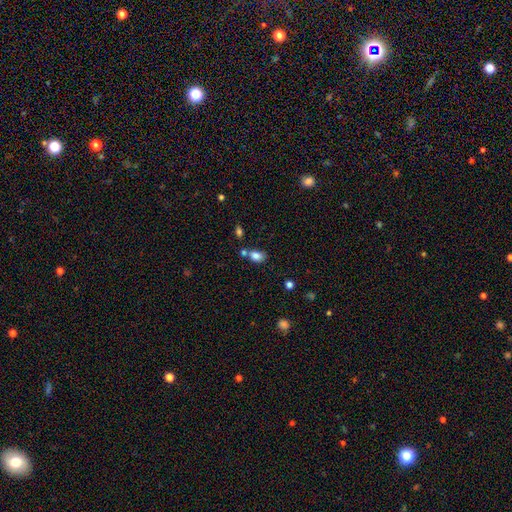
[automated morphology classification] The model was most divided on "merging": none: 59%, merger: 22%, minor disturbance: 15%, major disturbance: 4%. More confident: smooth or featured — smooth (83%); how rounded — in between (80%).